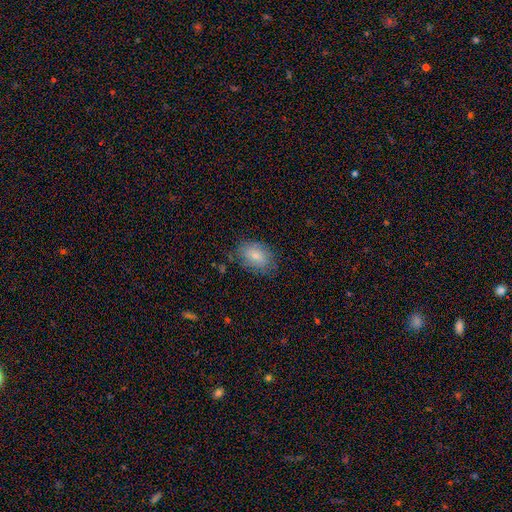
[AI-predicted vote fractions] This appears to be a smooth galaxy with no disk features (77%) that is in between round and cigar-shaped (84%). Merging: none (73%).